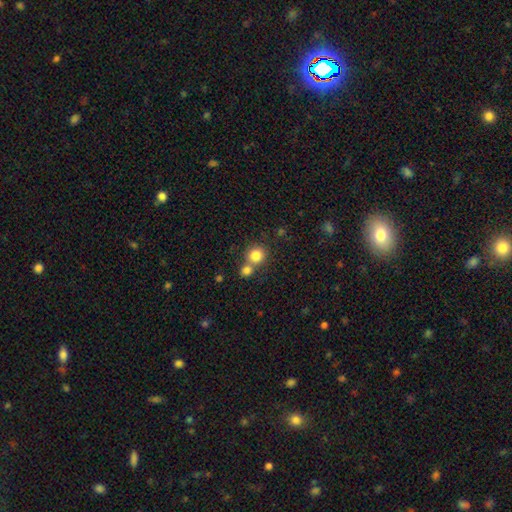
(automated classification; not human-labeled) A smooth galaxy with no disk features (82%) that is round (88%).

Vote fractions:
- Smooth or featured? smooth: 82% / star or artifact: 10% / featured or disk: 7%
- How rounded? round: 88% / in between: 11% / cigar-shaped: 1%
- Merging? none: 52% / merger: 38% / minor disturbance: 7% / major disturbance: 3%